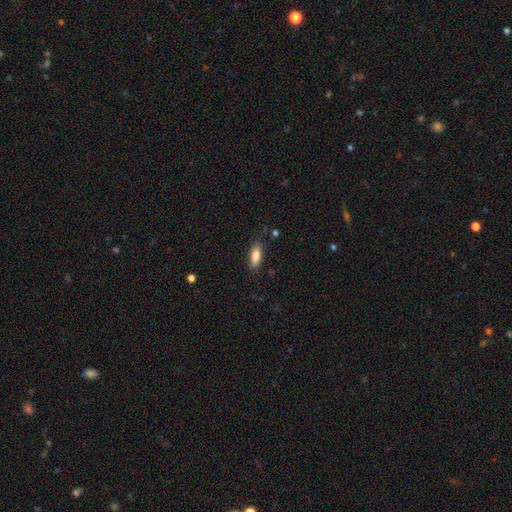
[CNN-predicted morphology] The model was most divided on "how rounded": in between: 73%, cigar-shaped: 25%, round: 2%. More confident: merging — none (84%); smooth or featured — smooth (84%).